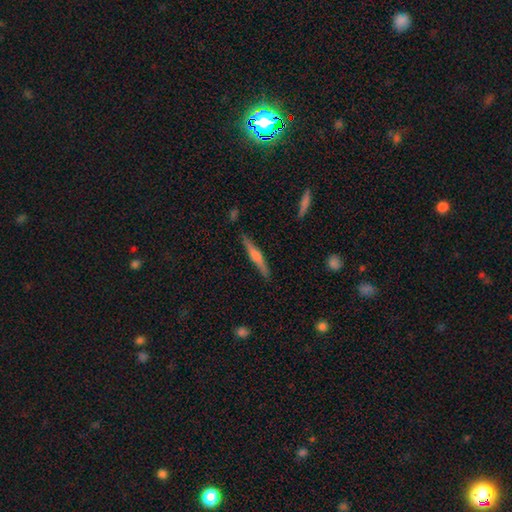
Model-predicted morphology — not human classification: Smooth or featured? Predicted: featured or disk (p=0.68). Edge-on disk? Predicted: yes (p=0.98). Edge-on bulge? Predicted: rounded (p=0.71). Merging? Predicted: none (p=0.89).